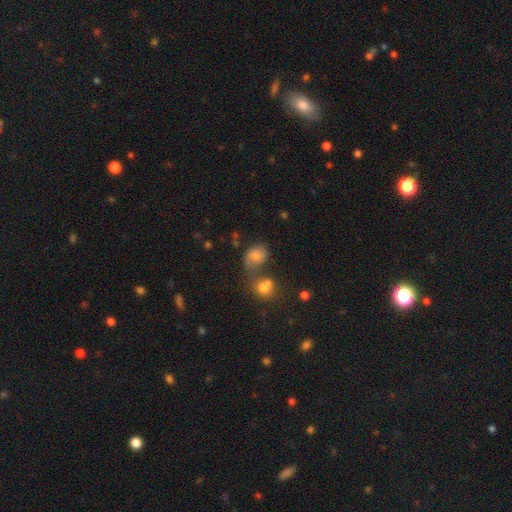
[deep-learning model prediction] Smooth or featured? smooth (65%)
How rounded? in between (53%)
Merging? merger (34%)